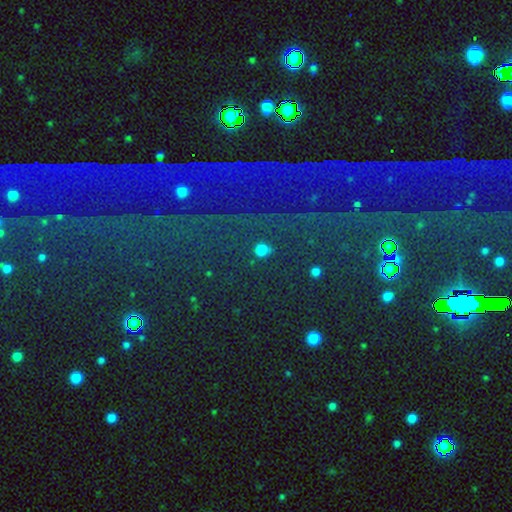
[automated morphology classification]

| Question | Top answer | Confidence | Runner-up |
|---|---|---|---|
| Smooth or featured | star or artifact | 83% | smooth (9%) |